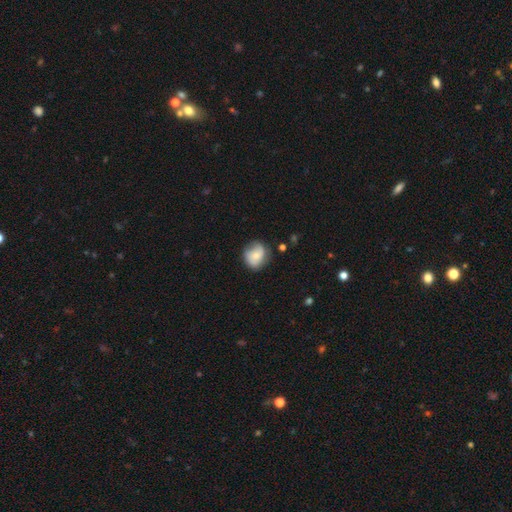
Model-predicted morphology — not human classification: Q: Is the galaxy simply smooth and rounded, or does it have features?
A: smooth — 65%.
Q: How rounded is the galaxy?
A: round — 65%.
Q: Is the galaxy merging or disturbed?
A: none — 65%.